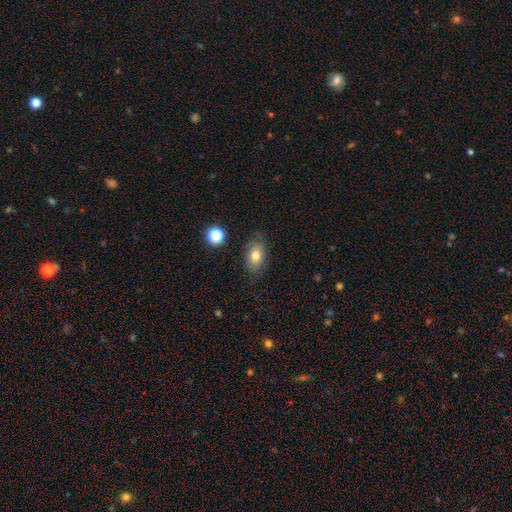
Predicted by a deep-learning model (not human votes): This appears to be a smooth galaxy with no disk features (73%) that is in between round and cigar-shaped (83%). Merging: none (78%).